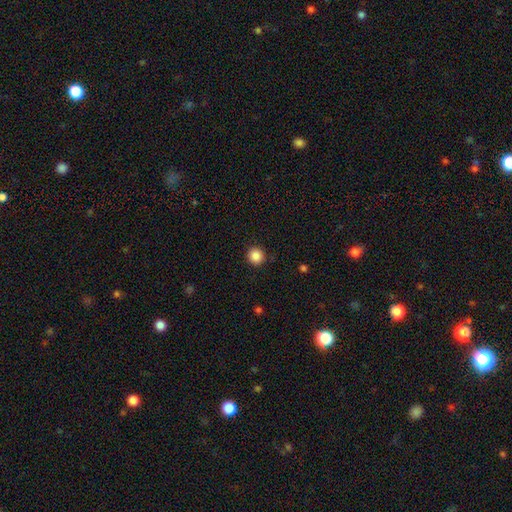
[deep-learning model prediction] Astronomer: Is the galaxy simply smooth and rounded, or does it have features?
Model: smooth — 87%.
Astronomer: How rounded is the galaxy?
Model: round — 94%.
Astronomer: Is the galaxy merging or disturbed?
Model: none — 92%.